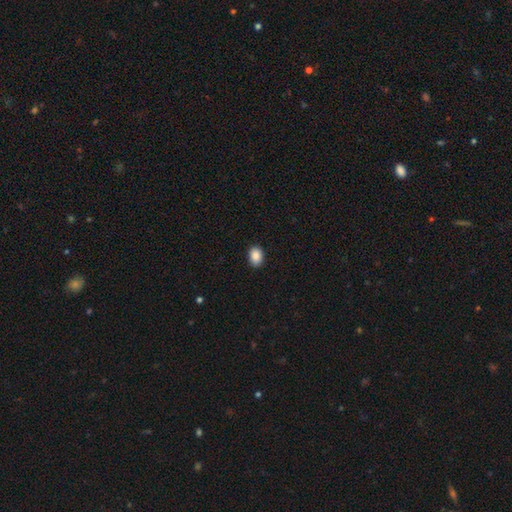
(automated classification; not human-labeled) This is clearly a smooth galaxy (89%). How rounded: likely in between (76%). Merging: clearly none (88%).